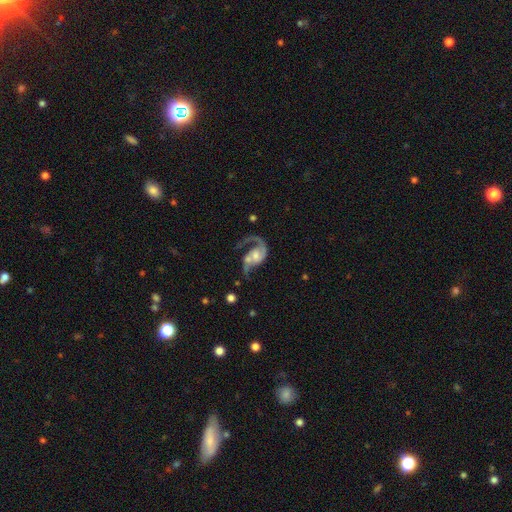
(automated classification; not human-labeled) A featured or disk galaxy (86%) with no bar (59%), 2 (63%) loose (51%) spiral arms (94%) and a moderate central bulge (46%).

Vote fractions:
- Smooth or featured? featured or disk: 86% / smooth: 9% / star or artifact: 6%
- Edge-on disk? no: 98% / yes: 2%
- Bar? no: 59% / weak: 32% / strong: 9%
- Spiral arms? yes: 94% / no: 6%
- Spiral winding? loose: 51% / medium: 40% / tight: 10%
- Spiral arm count? 2: 63% / 1: 31% / can't tell: 3% / 3: 1% / 4: 1% / more than 4: 1%
- Bulge size? moderate: 46% / small: 36% / large: 8% / none: 8% / dominant: 2%
- Merging? none: 34% / major disturbance: 27% / merger: 25% / minor disturbance: 14%